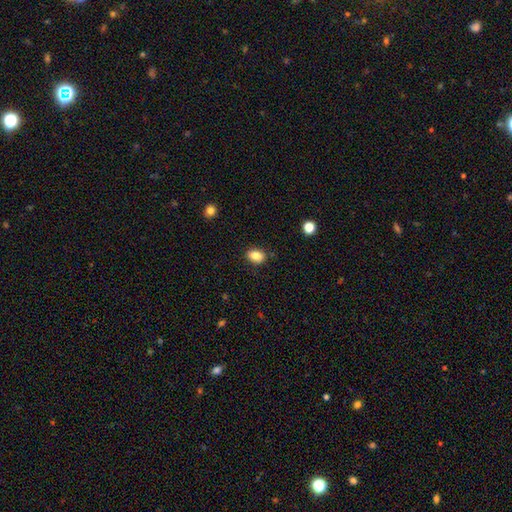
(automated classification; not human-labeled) Q: Smooth or featured?
A: smooth (85%); runner-up: star or artifact (9%)
Q: How rounded?
A: in between (75%); runner-up: round (24%)
Q: Merging?
A: none (86%); runner-up: minor disturbance (10%)